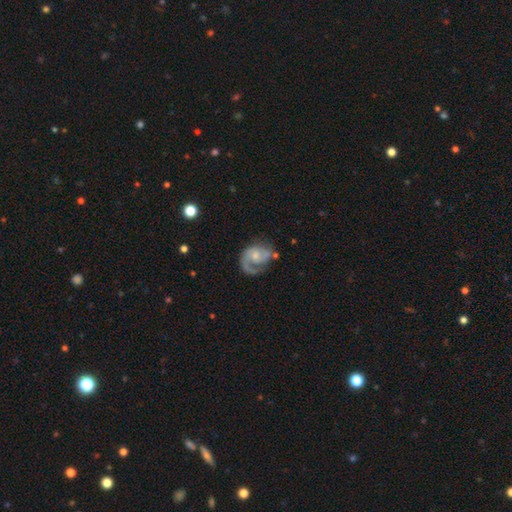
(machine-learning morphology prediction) The model was most divided on "spiral arm count": 2: 48%, 1: 43%, can't tell: 5%, 3: 2%, 4: 1%, more than 4: 1%. Remaining: edge-on disk — no (98%); spiral arms — yes (94%); smooth or featured — featured or disk (82%); bar — no (66%); merging — none (54%); spiral winding — medium (45%); bulge size — small (45%).